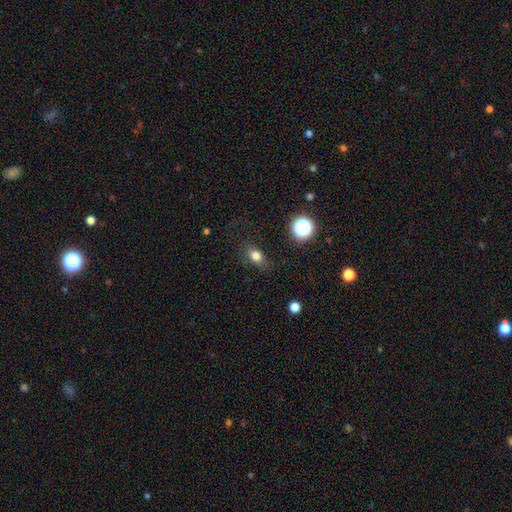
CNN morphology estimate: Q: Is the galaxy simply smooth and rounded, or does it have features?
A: smooth — 78%.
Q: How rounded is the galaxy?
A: in between — 66%.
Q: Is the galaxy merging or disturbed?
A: none — 77%.